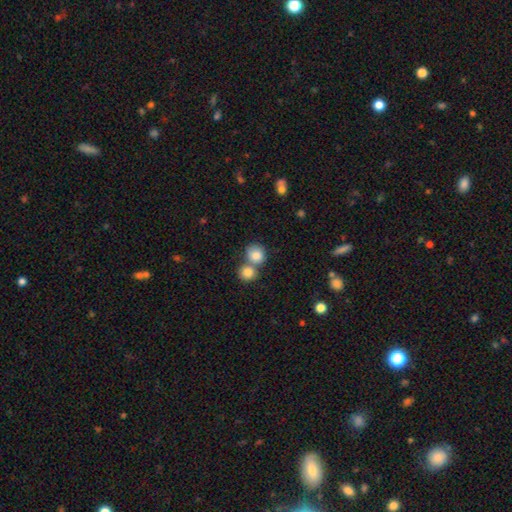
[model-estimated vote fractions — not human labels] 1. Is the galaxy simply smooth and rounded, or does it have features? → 83% smooth, 9% star or artifact, 8% featured or disk.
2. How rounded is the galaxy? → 81% round, 18% in between, 1% cigar-shaped.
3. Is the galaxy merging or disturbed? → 48% merger, 40% none, 8% minor disturbance, 3% major disturbance.